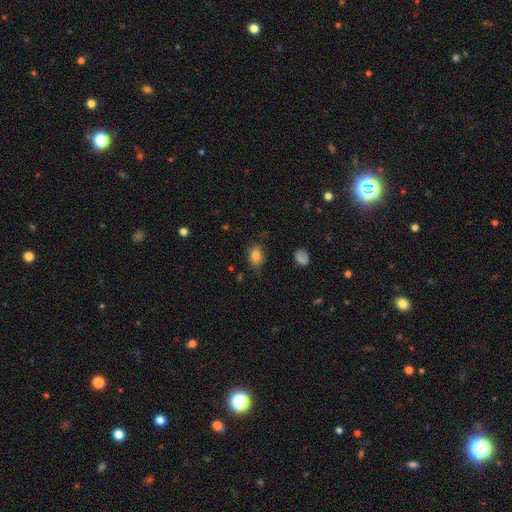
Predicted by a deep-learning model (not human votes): smooth_or_featured: smooth (p=0.82) [alt: star or artifact p=0.10]
how_rounded: in between (p=0.77) [alt: round p=0.22]
merging: none (p=0.73) [alt: minor disturbance p=0.21]